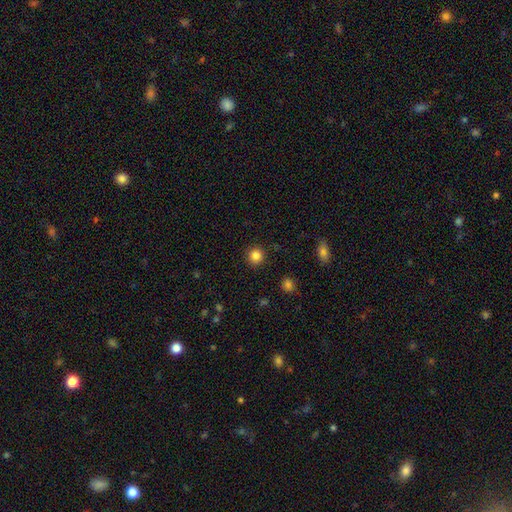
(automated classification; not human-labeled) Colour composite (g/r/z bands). It shows a smooth galaxy with no disk features (85%) that is round (94%). Merging: none (91%).